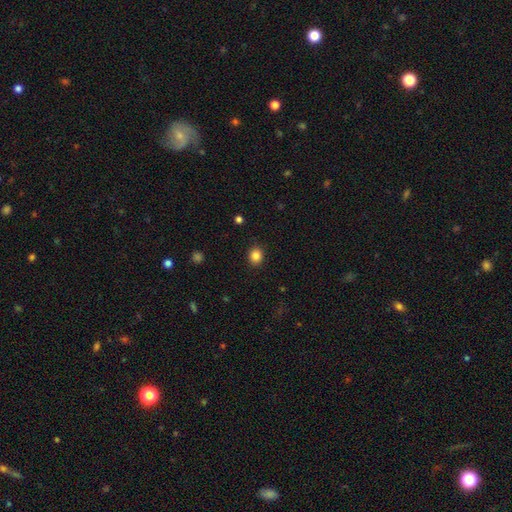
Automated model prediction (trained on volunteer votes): This appears to be a smooth galaxy with no disk features (85%) that is round (73%). Merging: none (90%).